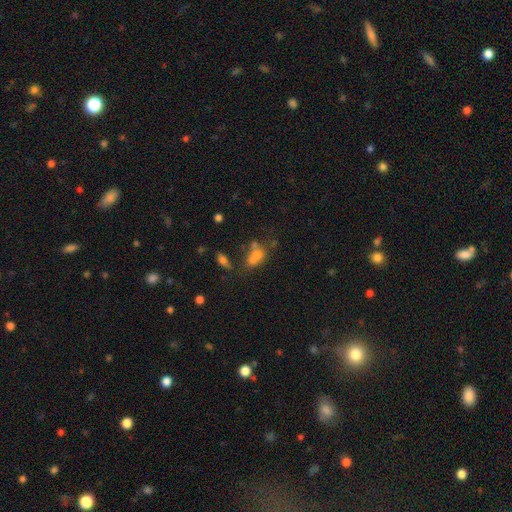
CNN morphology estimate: Smooth or featured?
  - smooth: 62% *
  - featured or disk: 23%
  - star or artifact: 16%
How rounded?
  - in between: 65% *
  - round: 30%
  - cigar-shaped: 5%
Merging?
  - merger: 48% *
  - none: 28%
  - minor disturbance: 13%
  - major disturbance: 11%